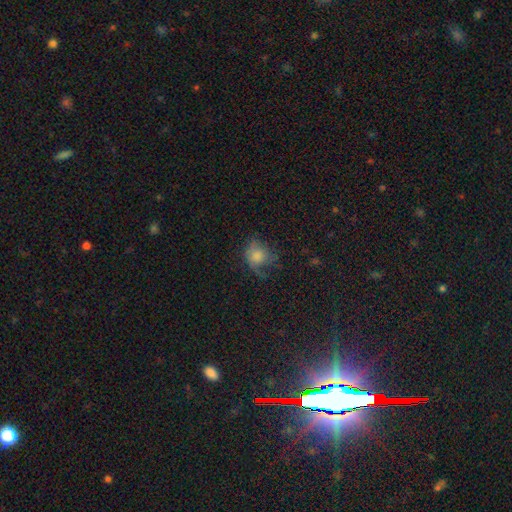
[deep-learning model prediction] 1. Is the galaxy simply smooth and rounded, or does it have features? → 61% smooth, 23% featured or disk, 16% star or artifact.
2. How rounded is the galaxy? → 67% round, 32% in between, 1% cigar-shaped.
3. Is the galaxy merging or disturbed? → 46% none, 26% minor disturbance, 26% major disturbance, 2% merger.